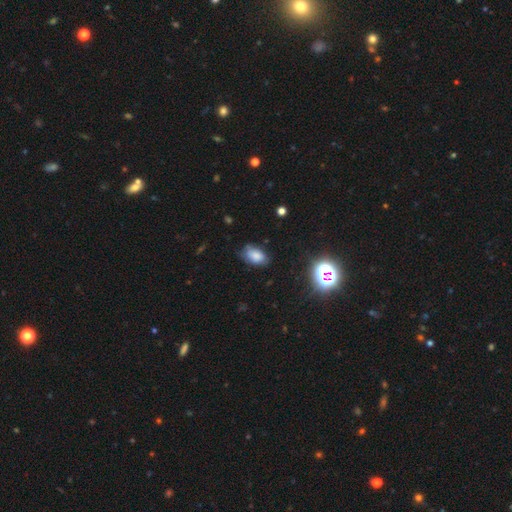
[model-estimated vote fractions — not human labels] smooth 78%, star or artifact 13%, featured or disk 10%. Down the decision tree: how rounded — in between (89%); merging — none (70%).